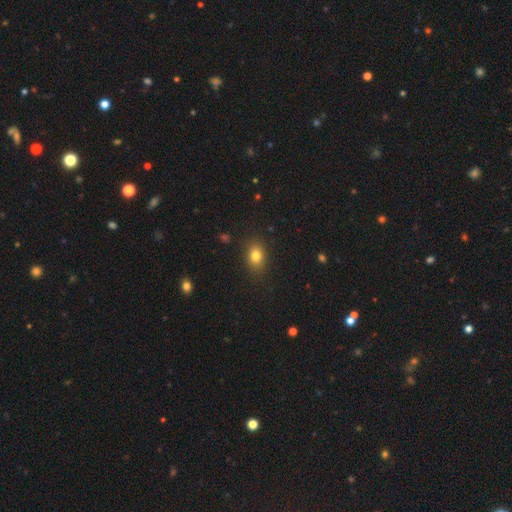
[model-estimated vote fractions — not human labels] Smooth or featured: smooth — 81% (star or artifact — 11%)
How rounded: in between — 65% (round — 33%)
Merging: none — 86% (minor disturbance — 10%)